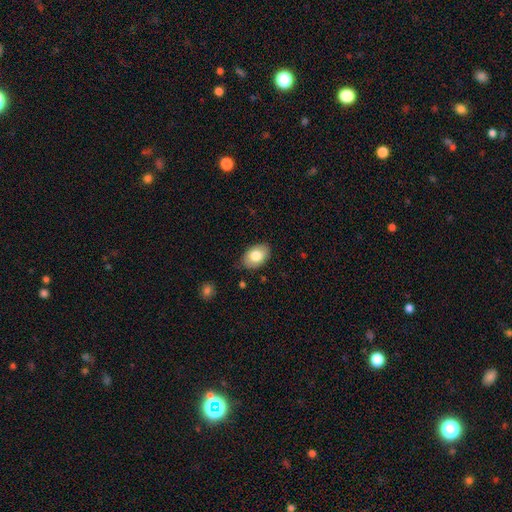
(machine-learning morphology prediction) smooth-or-featured: smooth: 80% | featured or disk: 14% | star or artifact: 7%
  how-rounded: in between: 89% | round: 10% | cigar-shaped: 1%
  merging: none: 83% | minor disturbance: 13% | major disturbance: 3% | merger: 1%